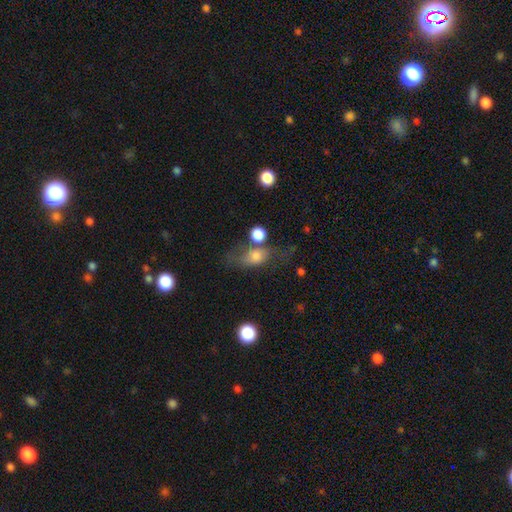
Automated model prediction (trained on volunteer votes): A smooth galaxy with no disk features (67%) that is in between round and cigar-shaped (61%).

Vote fractions:
- Smooth or featured? smooth: 67% / featured or disk: 22% / star or artifact: 11%
- How rounded? in between: 61% / round: 30% / cigar-shaped: 9%
- Merging? none: 44% / minor disturbance: 22% / major disturbance: 18% / merger: 16%